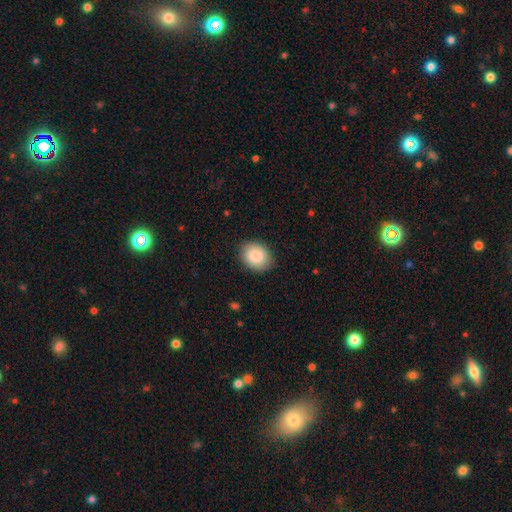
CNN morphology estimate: The model was most divided on "how rounded": in between: 52%, round: 48%, cigar-shaped: 1%. More confident: merging — none (86%); smooth or featured — smooth (85%).